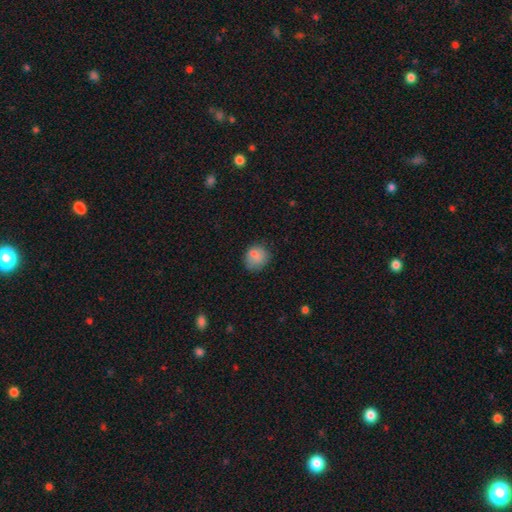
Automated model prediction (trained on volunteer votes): Smooth or featured? Predicted: smooth (p=0.79). How rounded? Predicted: round (p=0.73). Merging? Predicted: none (p=0.67).